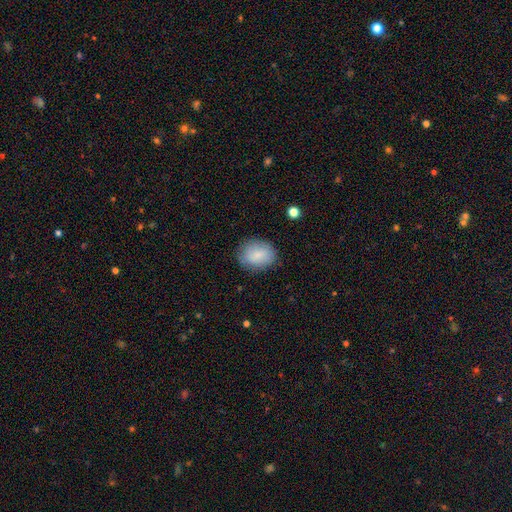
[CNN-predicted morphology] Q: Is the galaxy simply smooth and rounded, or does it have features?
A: smooth — 83%.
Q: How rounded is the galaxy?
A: in between — 57%.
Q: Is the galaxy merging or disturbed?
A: none — 79%.